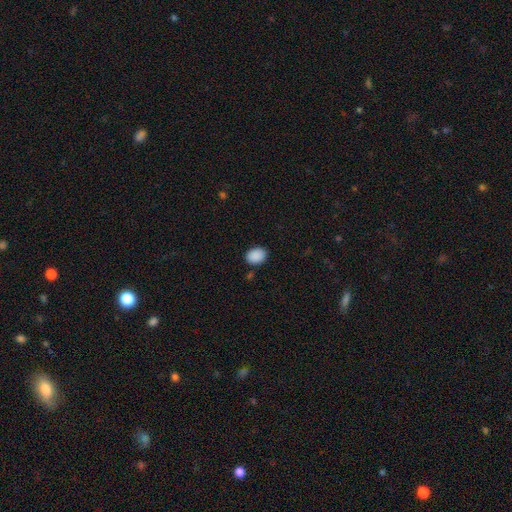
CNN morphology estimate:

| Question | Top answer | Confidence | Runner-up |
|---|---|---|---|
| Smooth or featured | smooth | 90% | star or artifact (8%) |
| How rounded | in between | 63% | round (36%) |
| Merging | none | 85% | minor disturbance (10%) |